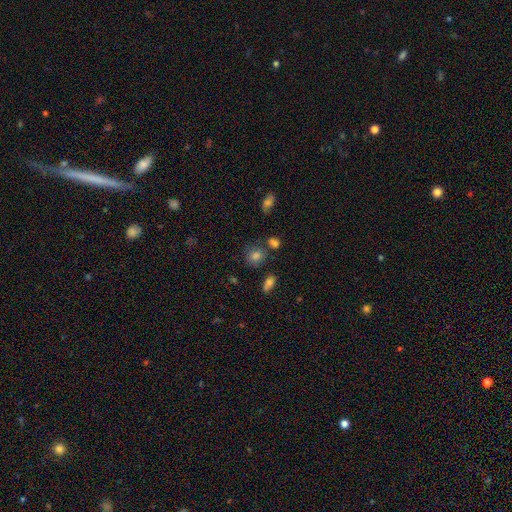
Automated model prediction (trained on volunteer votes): Smooth or featured?
  - smooth: 79% *
  - star or artifact: 13%
  - featured or disk: 7%
How rounded?
  - round: 68% *
  - in between: 31%
  - cigar-shaped: 1%
Merging?
  - none: 70% *
  - minor disturbance: 14%
  - merger: 11%
  - major disturbance: 5%